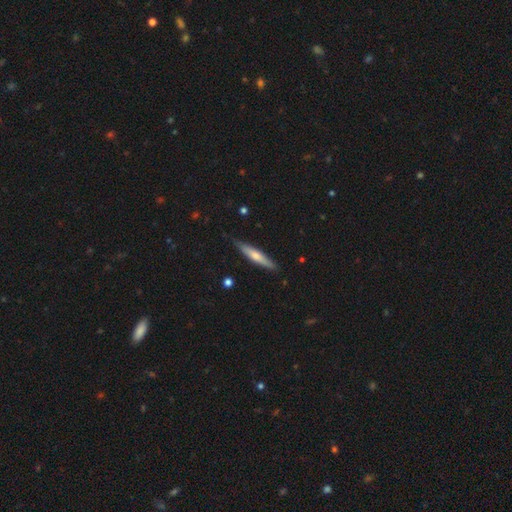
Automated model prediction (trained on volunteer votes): Morphology: type=smooth (51%); roundness=cigar-shaped (90%); merging=none (86%).